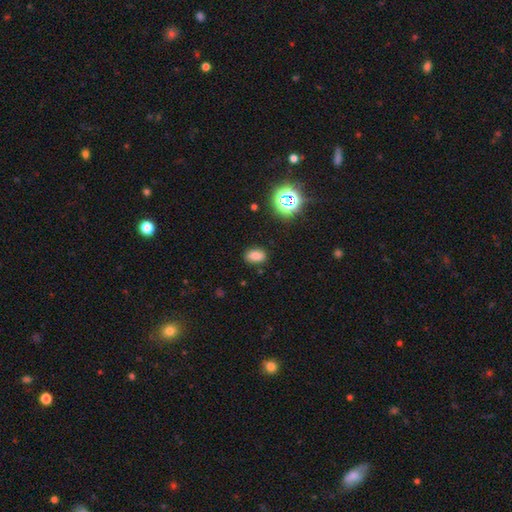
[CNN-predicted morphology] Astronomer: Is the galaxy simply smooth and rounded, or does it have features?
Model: smooth — 77%.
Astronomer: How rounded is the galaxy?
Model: in between — 85%.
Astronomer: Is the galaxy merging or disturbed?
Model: none — 84%.